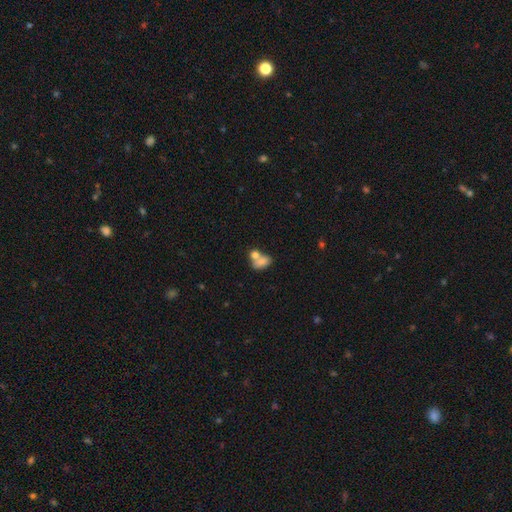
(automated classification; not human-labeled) This is likely a smooth galaxy (76%). How rounded: likely in between (73%). Merging: possibly merger (59%).